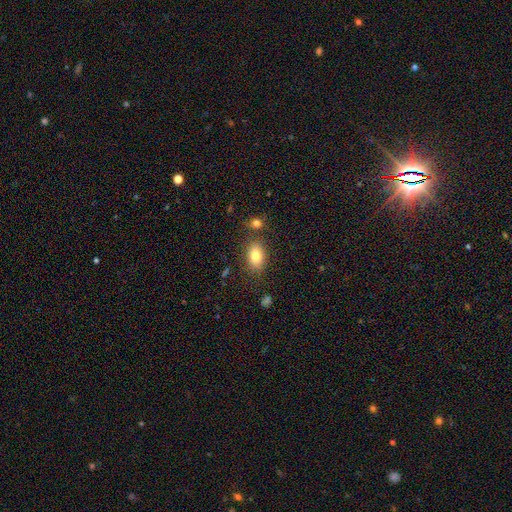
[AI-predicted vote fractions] Smooth or featured? Predicted: smooth (p=0.80). How rounded? Predicted: in between (p=0.87). Merging? Predicted: none (p=0.79).